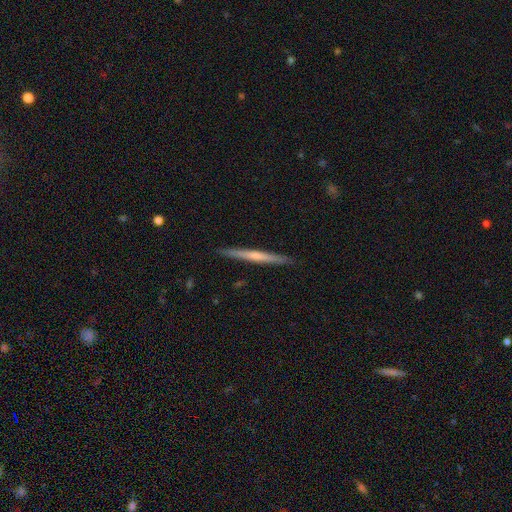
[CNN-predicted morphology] This is likely a featured or disk galaxy (66%). It is clearly viewed edge-on (98%). Edge-on bulge: possibly rounded (58%). Merging: clearly none (91%).